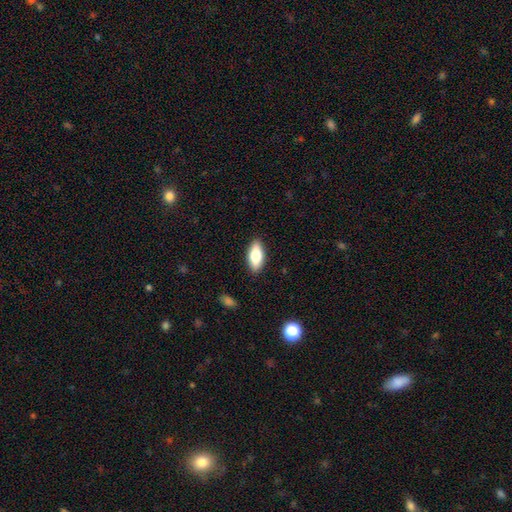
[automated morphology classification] type=smooth (74%); roundness=in between (83%); merging=none (88%).